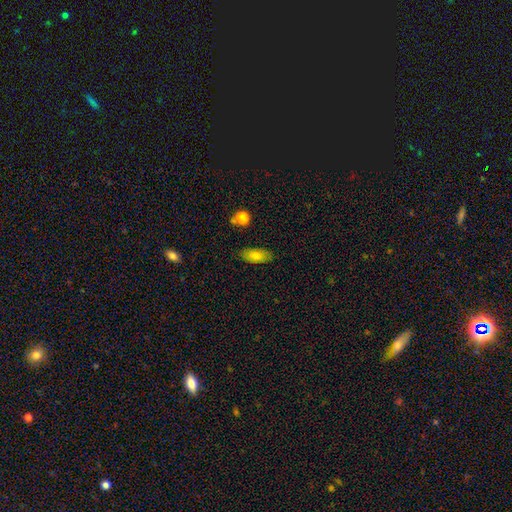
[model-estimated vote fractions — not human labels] smooth_or_featured: smooth (p=0.81) [alt: featured or disk p=0.11]
how_rounded: in between (p=0.87) [alt: cigar-shaped p=0.10]
merging: none (p=0.83) [alt: minor disturbance p=0.12]